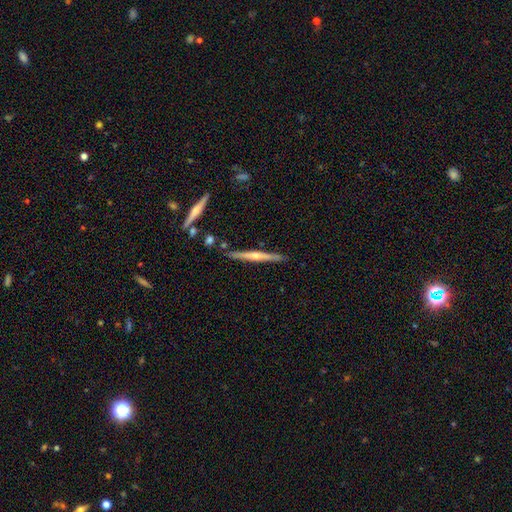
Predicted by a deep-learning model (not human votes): This appears to be a featured or disk galaxy (71%) viewed edge-on (98%) with a rounded central bulge (79%). Merging: none (88%).